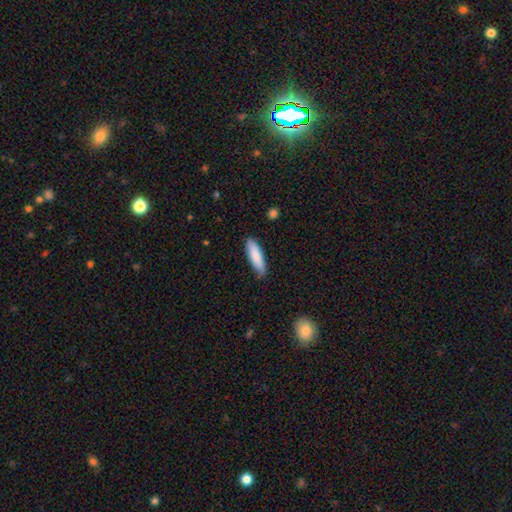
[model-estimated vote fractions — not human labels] smooth 84%, featured or disk 11%, star or artifact 5%. Down the decision tree: how rounded — cigar-shaped (61%); merging — none (82%).